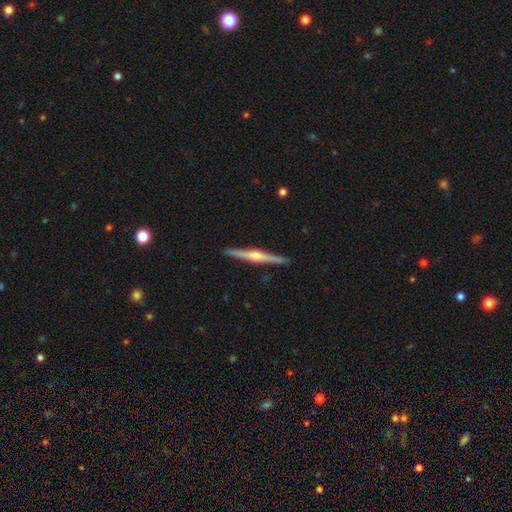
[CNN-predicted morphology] Overall: featured or disk (76%). Edge-on disk: yes (98%). Edge-on bulge: rounded (83%). Merging: none (92%).